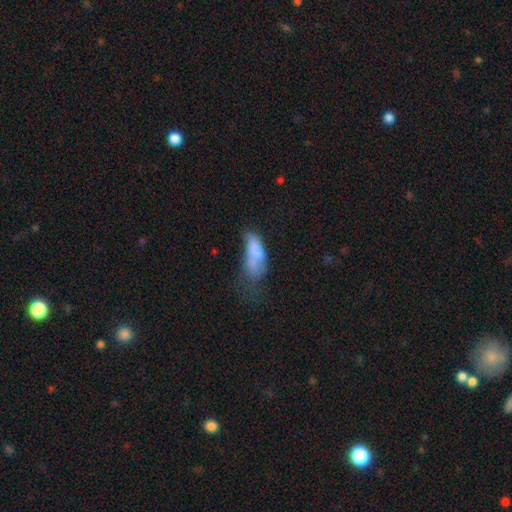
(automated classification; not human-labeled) Smooth or featured? Predicted: smooth (p=0.61). How rounded? Predicted: in between (p=0.74). Merging? Predicted: major disturbance (p=0.39).